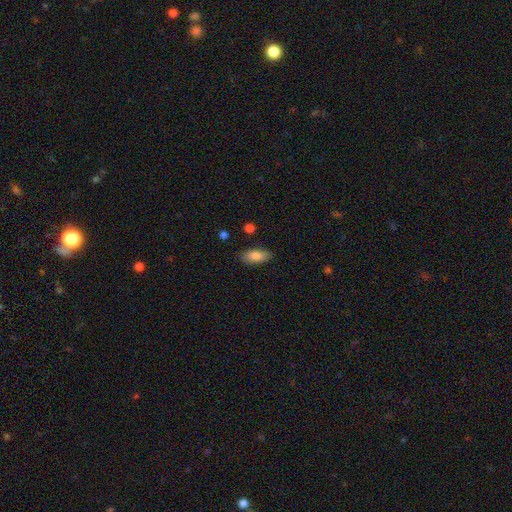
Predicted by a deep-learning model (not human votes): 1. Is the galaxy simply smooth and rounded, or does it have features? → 83% smooth, 10% featured or disk, 7% star or artifact.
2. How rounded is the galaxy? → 84% in between, 14% cigar-shaped, 3% round.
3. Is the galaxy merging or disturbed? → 85% none, 11% minor disturbance, 2% major disturbance, 2% merger.